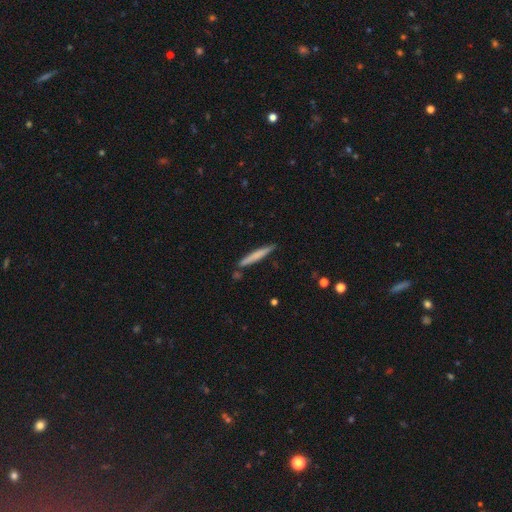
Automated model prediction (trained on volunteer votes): Smooth or featured?
  - smooth: 65% *
  - featured or disk: 30%
  - star or artifact: 6%
How rounded?
  - cigar-shaped: 96% *
  - in between: 3%
  - round: 1%
Merging?
  - none: 85% *
  - minor disturbance: 10%
  - merger: 3%
  - major disturbance: 2%